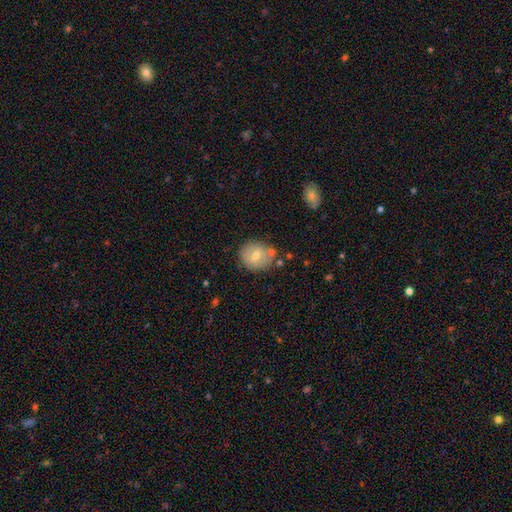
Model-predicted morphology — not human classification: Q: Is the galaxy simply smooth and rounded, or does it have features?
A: smooth — 62%.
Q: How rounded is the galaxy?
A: round — 75%.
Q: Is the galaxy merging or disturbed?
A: none — 71%.